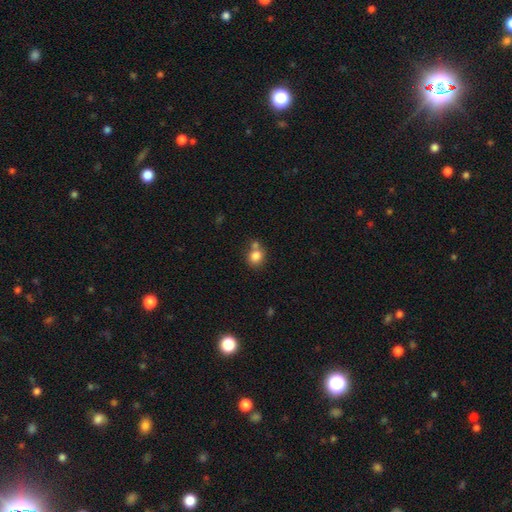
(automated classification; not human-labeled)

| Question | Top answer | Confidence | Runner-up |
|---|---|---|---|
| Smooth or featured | smooth | 82% | star or artifact (10%) |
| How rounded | round | 76% | in between (23%) |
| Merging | none | 55% | merger (31%) |